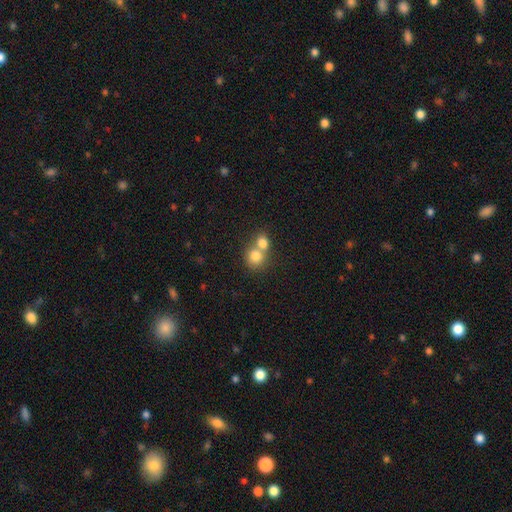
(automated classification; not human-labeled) A smooth galaxy with no disk features (78%) that is round (78%). Merging: merger (61%).